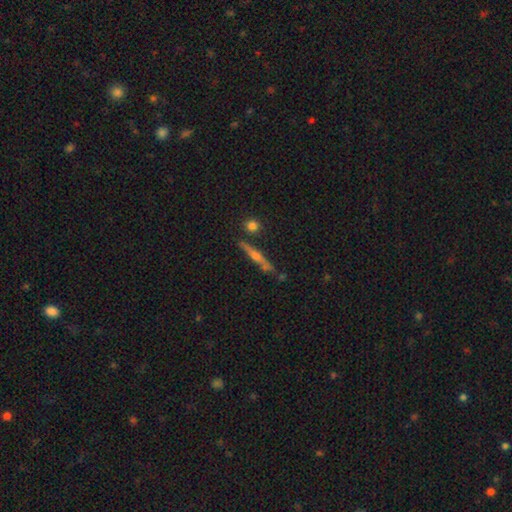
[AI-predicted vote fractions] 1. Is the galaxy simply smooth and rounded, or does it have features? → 70% featured or disk, 21% smooth, 9% star or artifact.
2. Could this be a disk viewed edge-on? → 95% yes, 5% no.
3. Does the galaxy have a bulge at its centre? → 84% rounded, 11% none, 5% boxy.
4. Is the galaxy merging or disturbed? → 80% none, 11% minor disturbance, 6% merger, 3% major disturbance.